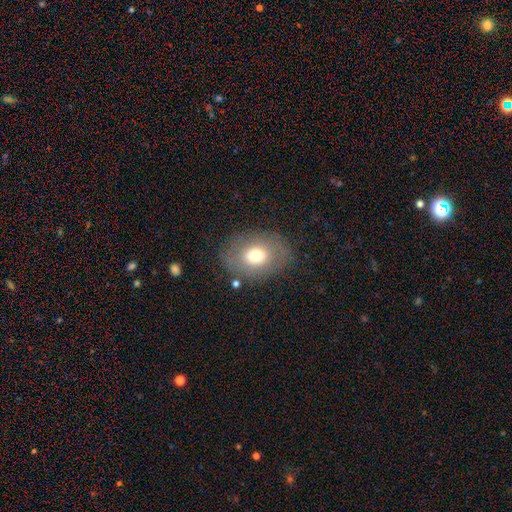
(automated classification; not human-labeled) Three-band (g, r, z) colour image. It shows a smooth galaxy with no disk features (68%) that is in between round and cigar-shaped (60%). Merging: none (79%).